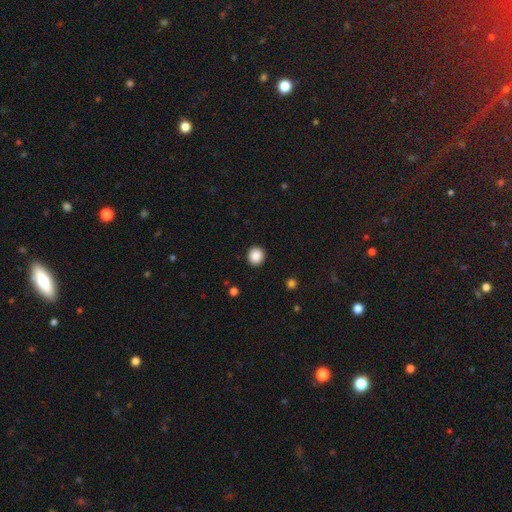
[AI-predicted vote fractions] The model was most divided on "smooth or featured": smooth: 88%, star or artifact: 9%, featured or disk: 3%. More confident: merging — none (92%); how rounded — round (90%).